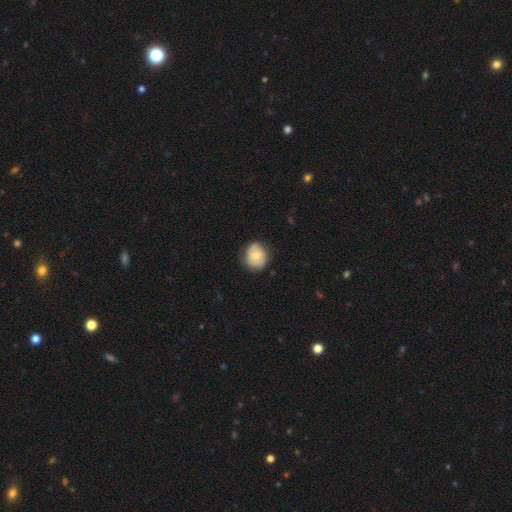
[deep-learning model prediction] Morphology: type=smooth (54%); roundness=round (72%); merging=none (74%).